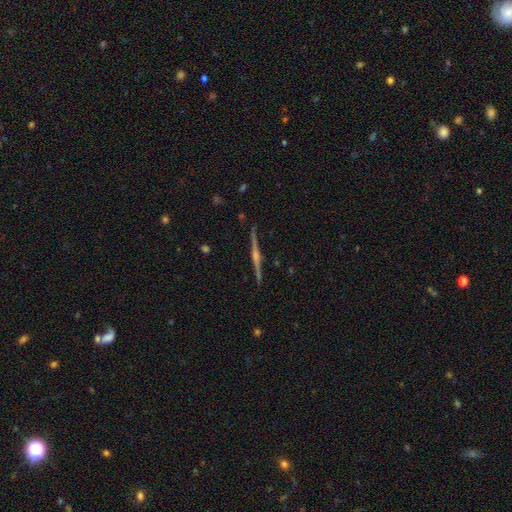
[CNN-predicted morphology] A featured or disk galaxy (87%) viewed edge-on (99%) with a rounded central bulge (85%).

Vote fractions:
- Smooth or featured? featured or disk: 87% / smooth: 7% / star or artifact: 6%
- Edge-on disk? yes: 99% / no: 1%
- Edge-on bulge? rounded: 85% / boxy: 9% / none: 6%
- Merging? none: 92% / minor disturbance: 6% / major disturbance: 1% / merger: 1%